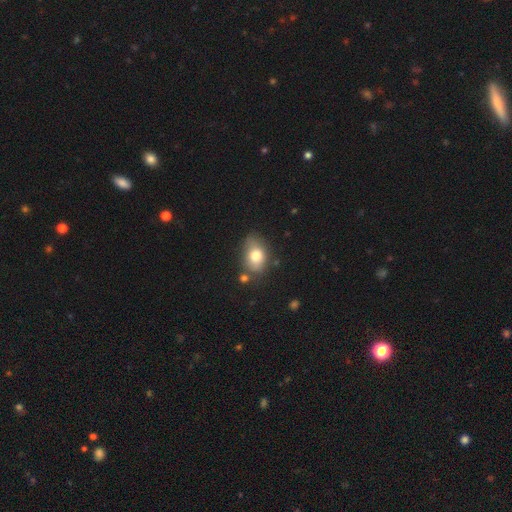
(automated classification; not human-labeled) smooth-or-featured: smooth: 76% | featured or disk: 15% | star or artifact: 9%
  how-rounded: in between: 77% | round: 21% | cigar-shaped: 2%
  merging: none: 66% | minor disturbance: 21% | merger: 7% | major disturbance: 6%